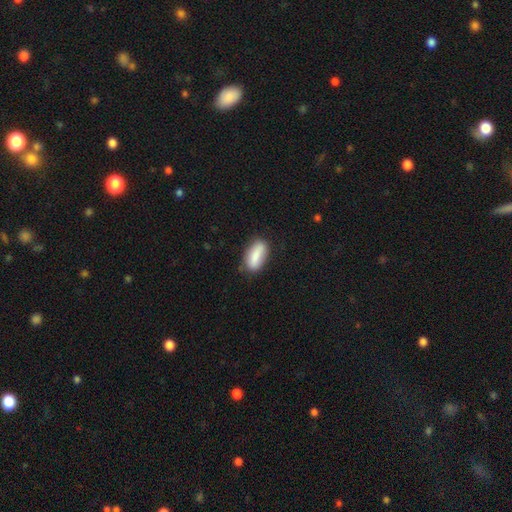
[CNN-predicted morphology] Smooth or featured?
  - smooth: 84% *
  - featured or disk: 10%
  - star or artifact: 6%
How rounded?
  - in between: 80% *
  - cigar-shaped: 17%
  - round: 3%
Merging?
  - none: 77% *
  - minor disturbance: 17%
  - major disturbance: 4%
  - merger: 2%